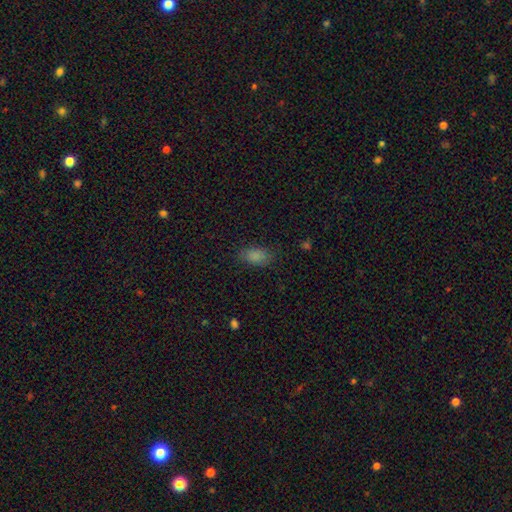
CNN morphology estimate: A smooth galaxy with no disk features (83%) that is in between round and cigar-shaped (89%).

Vote fractions:
- Smooth or featured? smooth: 83% / star or artifact: 12% / featured or disk: 5%
- How rounded? in between: 89% / round: 7% / cigar-shaped: 3%
- Merging? none: 77% / minor disturbance: 16% / major disturbance: 5% / merger: 1%